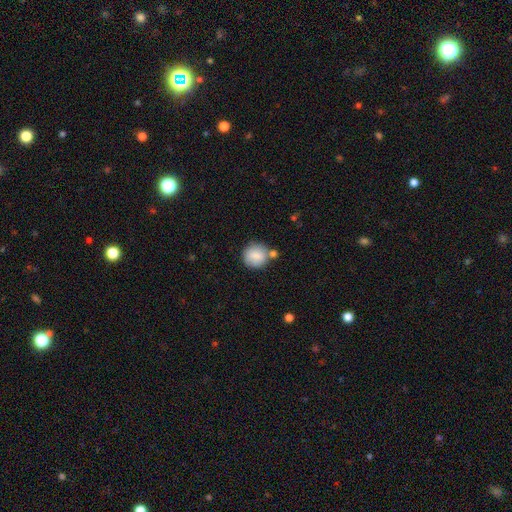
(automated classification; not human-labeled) A smooth galaxy with no disk features (84%) that is round (90%). Merging: none (65%).